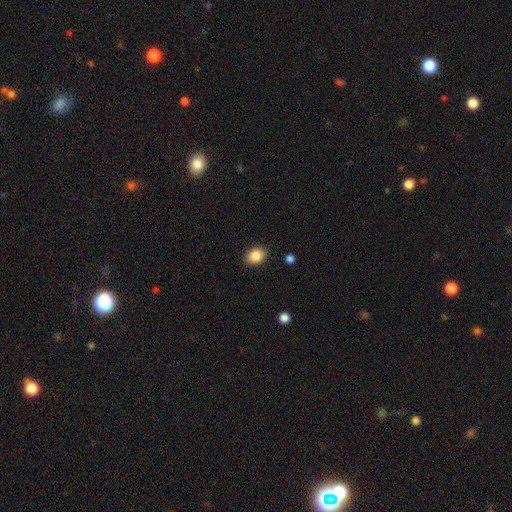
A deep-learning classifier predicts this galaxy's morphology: Q: Smooth or featured?
A: smooth (87%); runner-up: star or artifact (8%)
Q: How rounded?
A: in between (66%); runner-up: round (33%)
Q: Merging?
A: none (89%); runner-up: minor disturbance (8%)